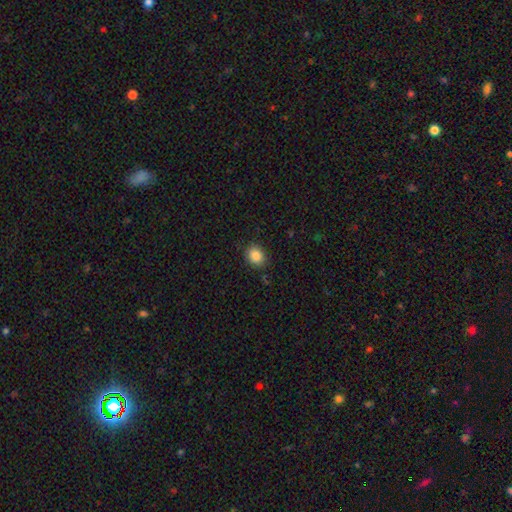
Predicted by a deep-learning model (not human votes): A smooth galaxy with no disk features (86%) that is round (54%).

Vote fractions:
- Smooth or featured? smooth: 86% / star or artifact: 9% / featured or disk: 5%
- How rounded? round: 54% / in between: 45% / cigar-shaped: 1%
- Merging? none: 87% / minor disturbance: 10% / major disturbance: 2% / merger: 1%